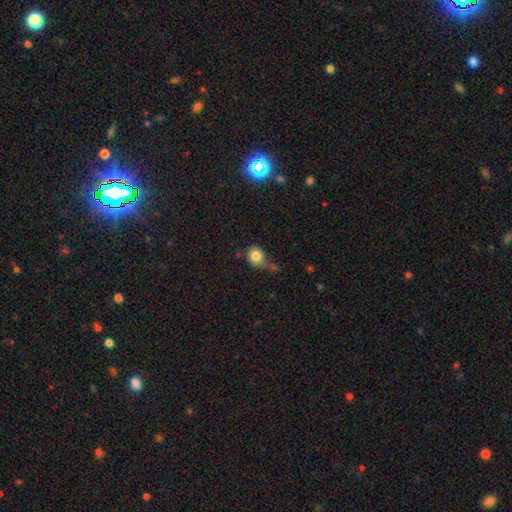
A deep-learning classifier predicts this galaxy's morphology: type=smooth (81%); roundness=round (73%); merging=none (48%).